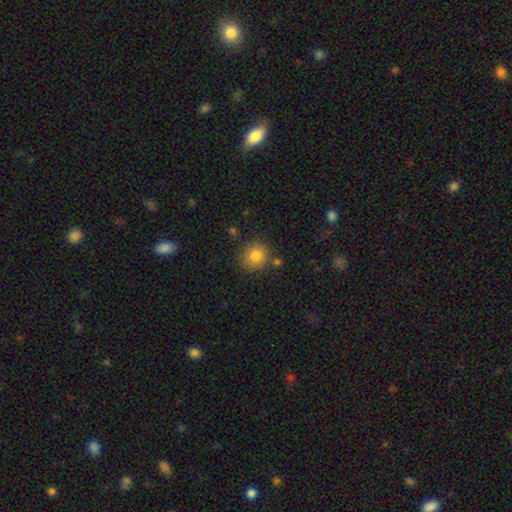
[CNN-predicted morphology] type=smooth (83%); roundness=round (86%); merging=none (80%).